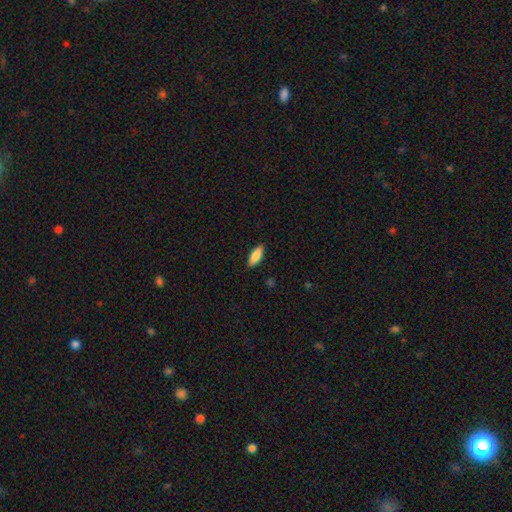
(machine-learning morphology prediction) Smooth or featured?
  - smooth: 86% *
  - featured or disk: 9%
  - star or artifact: 6%
How rounded?
  - in between: 73% *
  - cigar-shaped: 25%
  - round: 2%
Merging?
  - none: 88% *
  - minor disturbance: 9%
  - major disturbance: 2%
  - merger: 1%